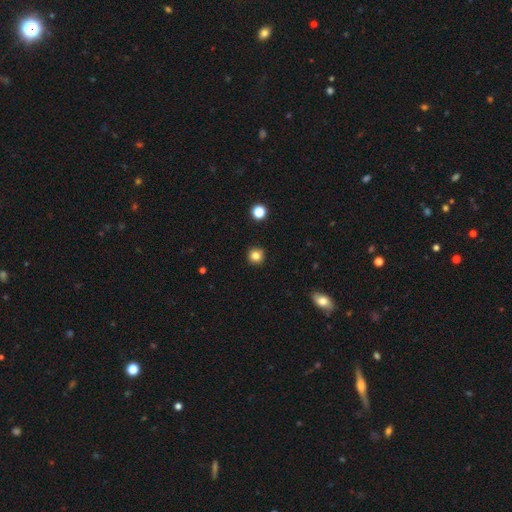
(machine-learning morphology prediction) smooth 83%, star or artifact 12%, featured or disk 5%. Down the decision tree: how rounded — round (94%); merging — none (91%).